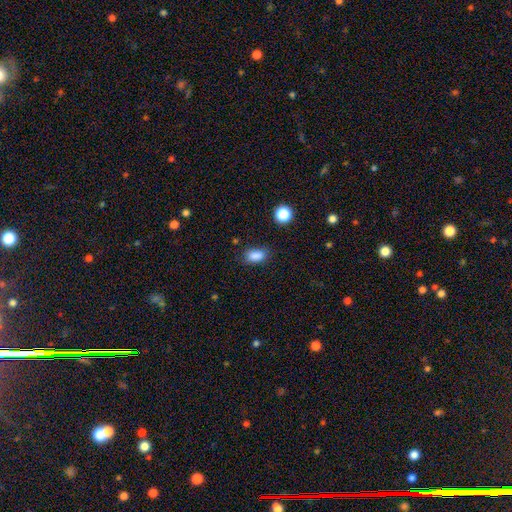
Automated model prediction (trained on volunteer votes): A smooth galaxy with no disk features (86%) that is in between round and cigar-shaped (88%). Merging: none (79%).